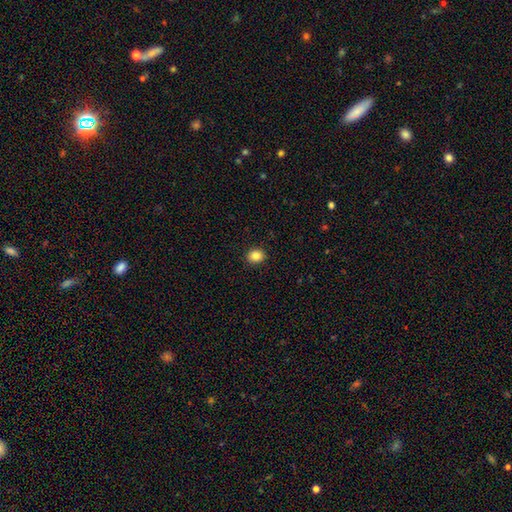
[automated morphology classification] smooth 86%, star or artifact 10%, featured or disk 4%. Down the decision tree: how rounded — round (66%); merging — none (91%).